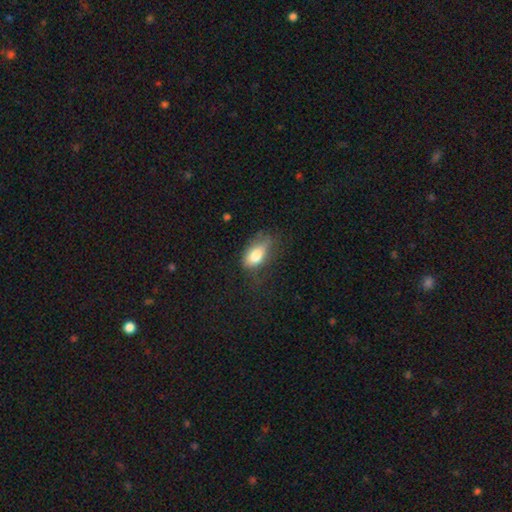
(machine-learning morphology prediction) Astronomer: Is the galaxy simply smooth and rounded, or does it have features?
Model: smooth — 78%.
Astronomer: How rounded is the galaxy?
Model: in between — 88%.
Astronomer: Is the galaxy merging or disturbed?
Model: none — 39% (runner-up: minor disturbance, 35%).